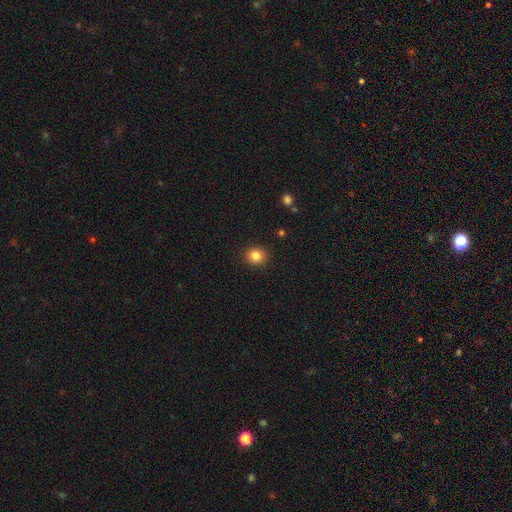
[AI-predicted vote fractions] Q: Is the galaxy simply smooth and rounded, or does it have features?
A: smooth — 85%.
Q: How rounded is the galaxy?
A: round — 80%.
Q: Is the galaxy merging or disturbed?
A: none — 91%.